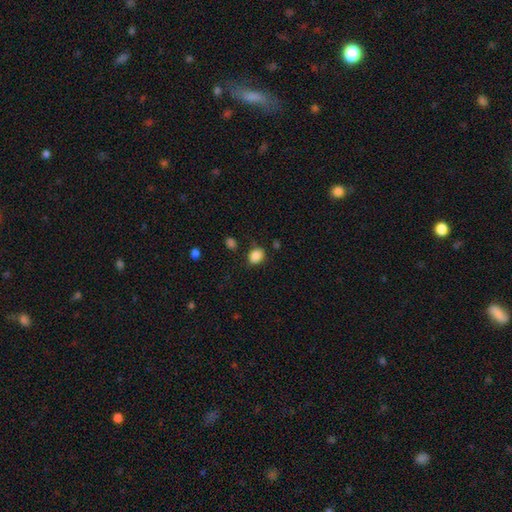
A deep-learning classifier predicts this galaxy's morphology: The model was most divided on "how rounded": in between: 50%, round: 49%, cigar-shaped: 1%. More confident: smooth or featured — smooth (86%); merging — none (76%).